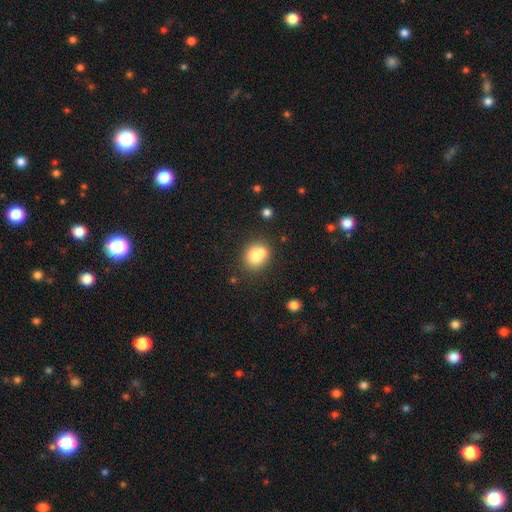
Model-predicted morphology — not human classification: This is likely a smooth galaxy (73%). How rounded: likely round (71%). Merging: possibly none (48%).